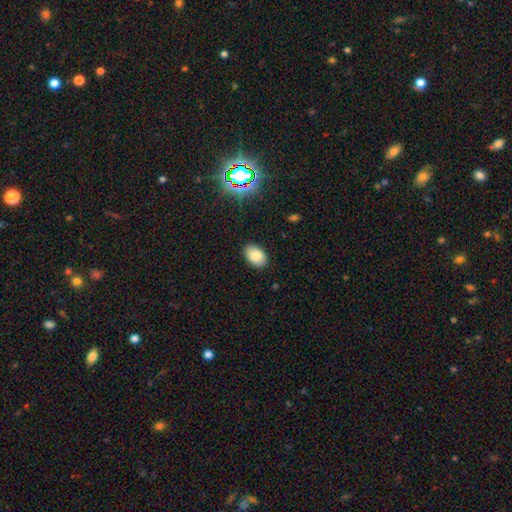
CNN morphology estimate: The model was most divided on "smooth or featured": smooth: 83%, star or artifact: 10%, featured or disk: 7%. More confident: merging — none (88%); how rounded — in between (87%).